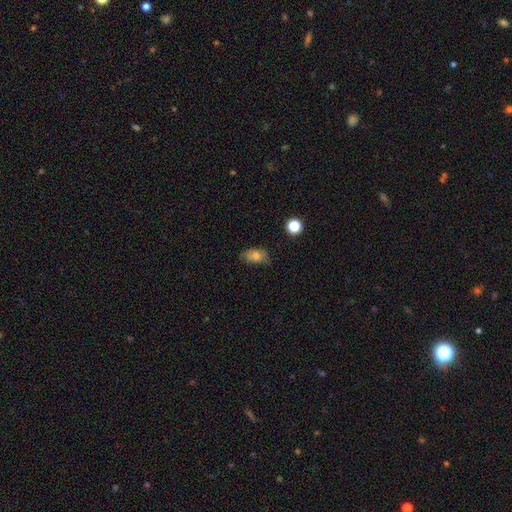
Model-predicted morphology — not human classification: smooth-or-featured: smooth: 71% | featured or disk: 18% | star or artifact: 11%
  how-rounded: in between: 85% | round: 13% | cigar-shaped: 2%
  merging: none: 60% | minor disturbance: 30% | major disturbance: 8% | merger: 2%